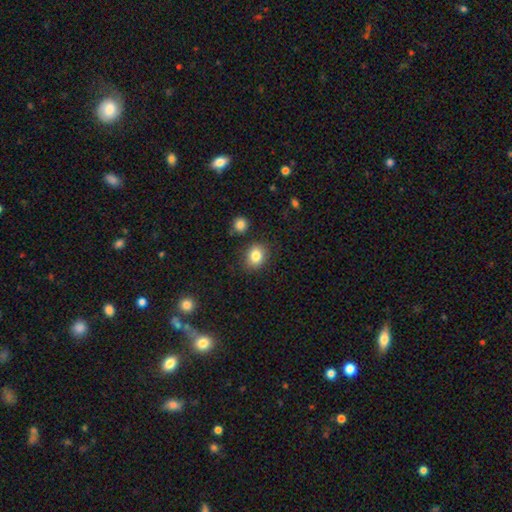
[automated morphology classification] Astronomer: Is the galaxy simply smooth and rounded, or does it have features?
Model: smooth — 83%.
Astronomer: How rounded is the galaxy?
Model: round — 57% (runner-up: in between, 42%).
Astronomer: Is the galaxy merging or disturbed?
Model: none — 83%.